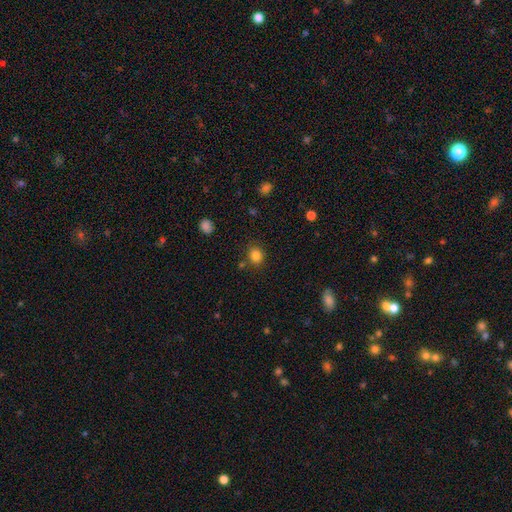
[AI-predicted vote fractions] This is clearly a smooth galaxy (83%). How rounded: likely round (71%). Merging: likely none (79%).